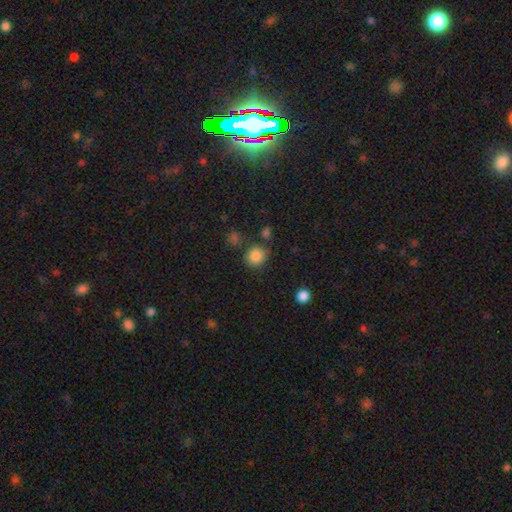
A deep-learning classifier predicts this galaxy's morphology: type=smooth (85%); roundness=round (85%); merging=none (75%).